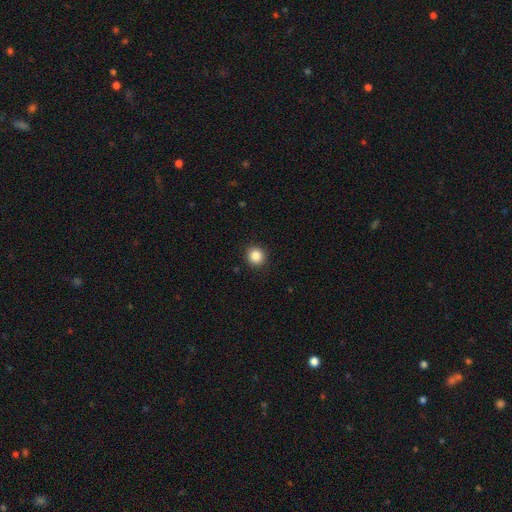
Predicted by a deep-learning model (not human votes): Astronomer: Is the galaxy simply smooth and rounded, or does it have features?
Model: smooth — 86%.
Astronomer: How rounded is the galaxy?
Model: round — 92%.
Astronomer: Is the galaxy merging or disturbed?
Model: none — 92%.